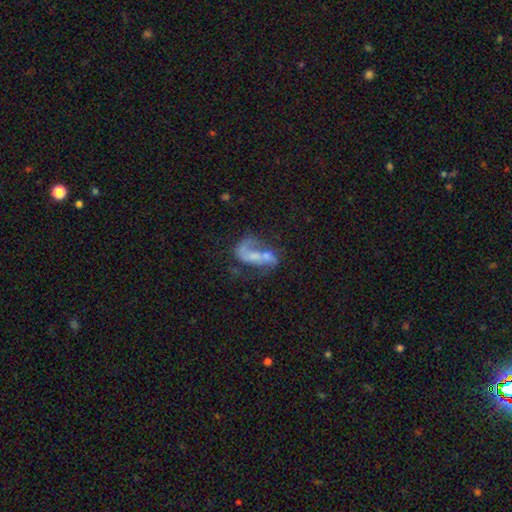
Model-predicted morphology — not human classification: Smooth or featured? featured or disk (68%)
Edge-on disk? no (96%)
Bar? no (57%)
Spiral arms? yes (67%)
Bulge size? small (37%)
Merging? merger (31%)